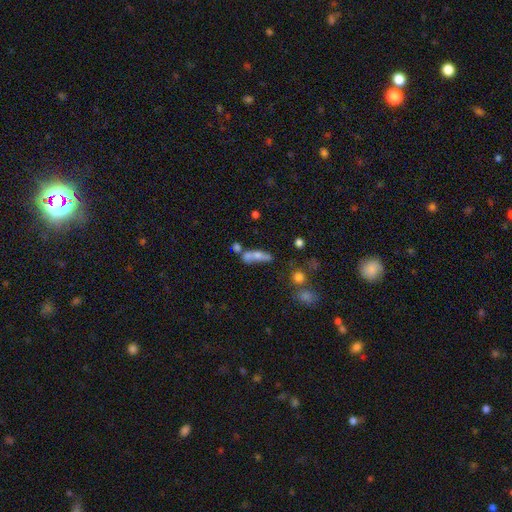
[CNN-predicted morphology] type=smooth (57%); roundness=in between (50%); merging=merger (43%).